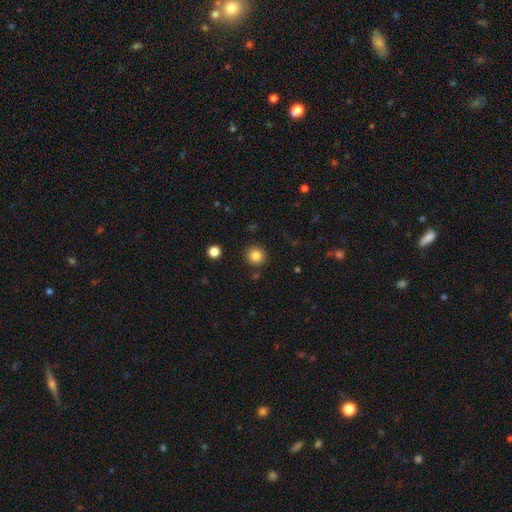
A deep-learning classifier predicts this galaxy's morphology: Smooth or featured? smooth (84%)
How rounded? round (92%)
Merging? none (90%)